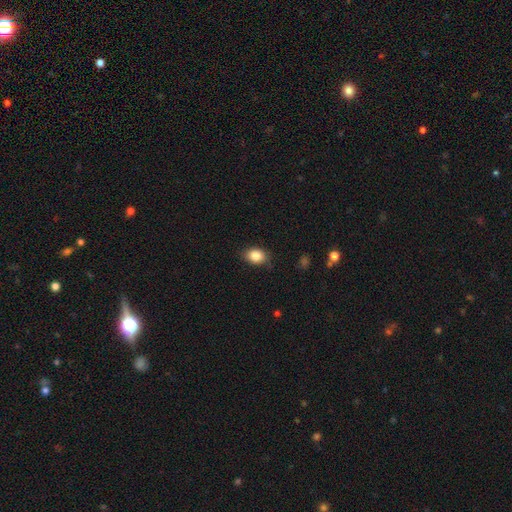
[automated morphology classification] Smooth or featured?
  - smooth: 85% *
  - star or artifact: 9%
  - featured or disk: 7%
How rounded?
  - in between: 69% *
  - round: 30%
  - cigar-shaped: 1%
Merging?
  - none: 80% *
  - minor disturbance: 16%
  - major disturbance: 3%
  - merger: 1%